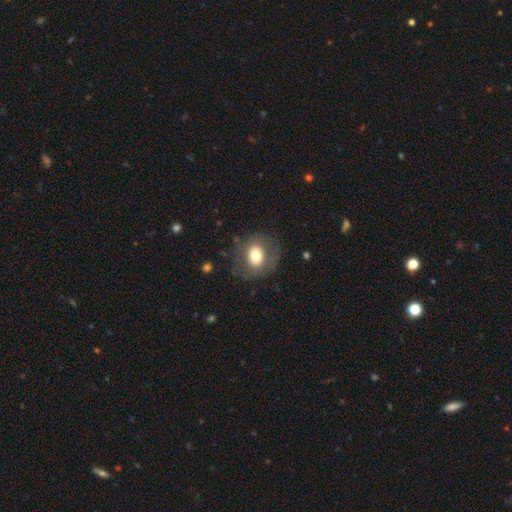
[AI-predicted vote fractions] Smooth or featured: smooth — 66% (featured or disk — 25%)
How rounded: round — 68% (in between — 31%)
Merging: none — 78% (minor disturbance — 13%)